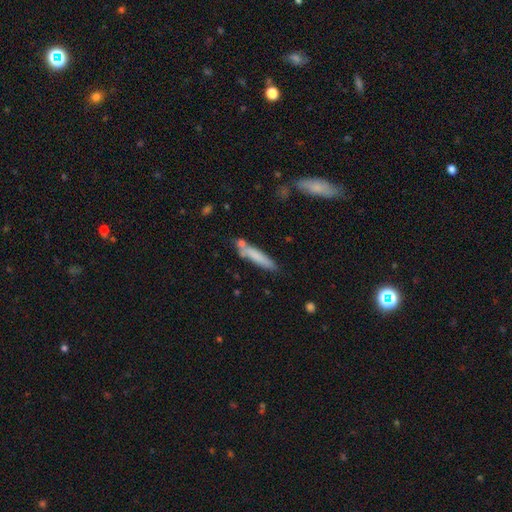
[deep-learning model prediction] Morphology: type=smooth (75%); roundness=cigar-shaped (87%); merging=none (70%).